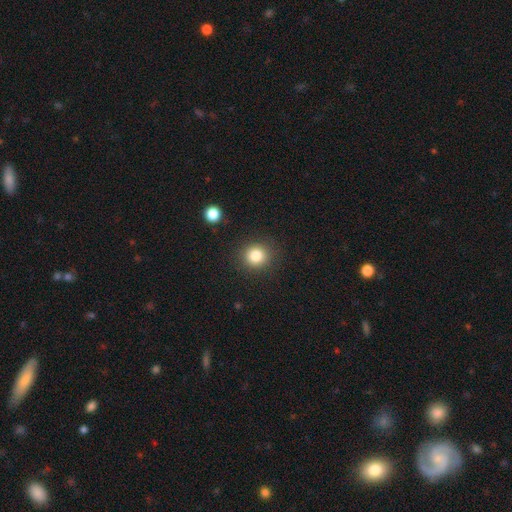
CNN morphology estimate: The model was most divided on "smooth or featured": smooth: 83%, star or artifact: 11%, featured or disk: 6%. More confident: how rounded — round (89%); merging — none (88%).